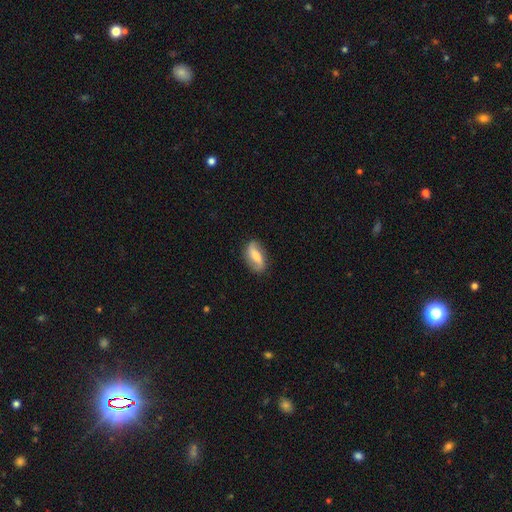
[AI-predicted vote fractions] A featured or disk galaxy (66%) with a weak bar (38%), 2 (90%) loose (64%) spiral arms (90%) and a moderate central bulge (49%).

Vote fractions:
- Smooth or featured? featured or disk: 66% / smooth: 27% / star or artifact: 7%
- Edge-on disk? no: 93% / yes: 7%
- Bar? weak: 38% / strong: 36% / no: 27%
- Spiral arms? yes: 90% / no: 10%
- Spiral winding? loose: 64% / medium: 24% / tight: 12%
- Spiral arm count? 2: 90% / can't tell: 4% / 1: 3% / 3: 1% / 4: 1% / more than 4: 1%
- Bulge size? moderate: 49% / small: 35% / large: 7% / none: 6% / dominant: 2%
- Merging? none: 83% / minor disturbance: 13% / major disturbance: 3% / merger: 1%